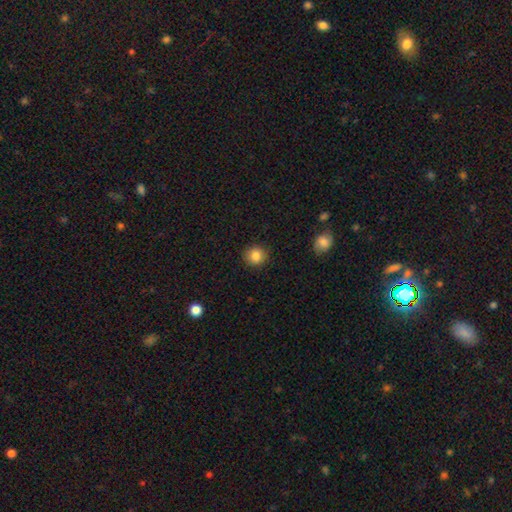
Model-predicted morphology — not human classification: A smooth galaxy with no disk features (84%) that is round (89%). Merging: none (91%).